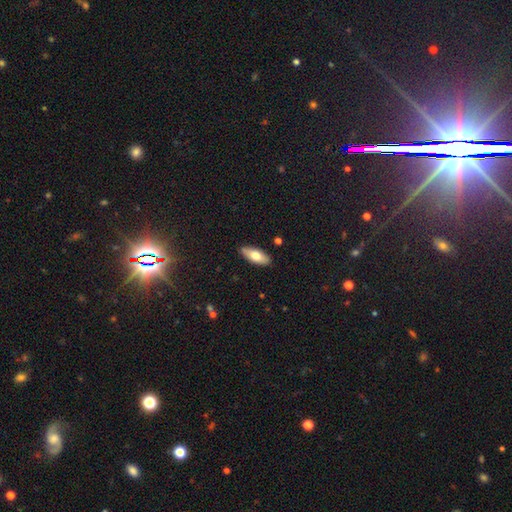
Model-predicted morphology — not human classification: Smooth or featured: smooth — 69% (featured or disk — 25%)
How rounded: in between — 79% (cigar-shaped — 19%)
Merging: none — 87% (minor disturbance — 10%)